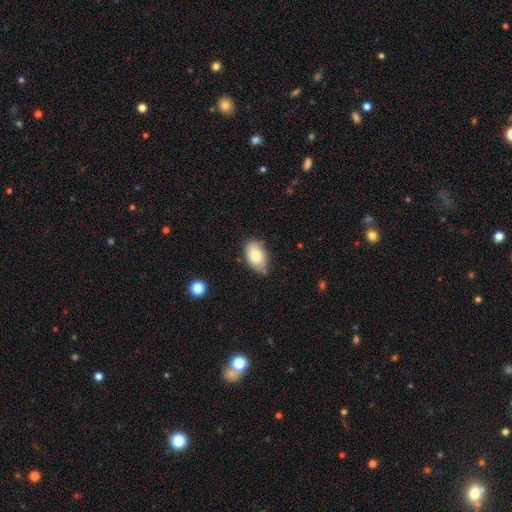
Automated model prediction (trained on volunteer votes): The model was most divided on "merging": none: 77%, minor disturbance: 18%, major disturbance: 3%, merger: 2%. More confident: how rounded — in between (93%); smooth or featured — smooth (81%).